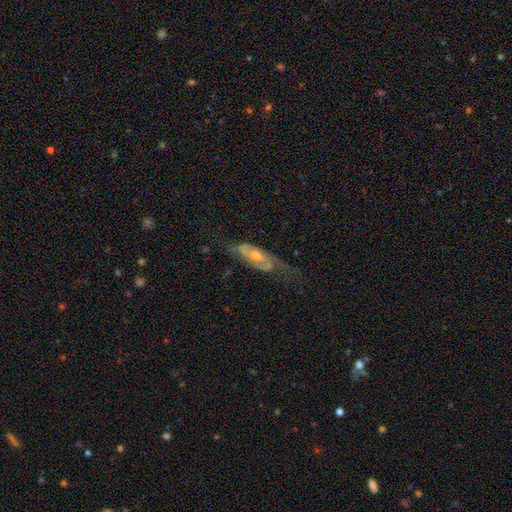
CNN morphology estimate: Smooth or featured: featured or disk — 77% (smooth — 16%)
Edge-on disk: no — 83% (yes — 17%)
Bar: no — 50% (weak — 36%)
Spiral arms: yes — 84% (no — 16%)
Spiral winding: medium — 43% (loose — 31%)
Spiral arm count: 2 — 76% (can't tell — 15%)
Bulge size: moderate — 61% (small — 32%)
Merging: none — 56% (minor disturbance — 23%)